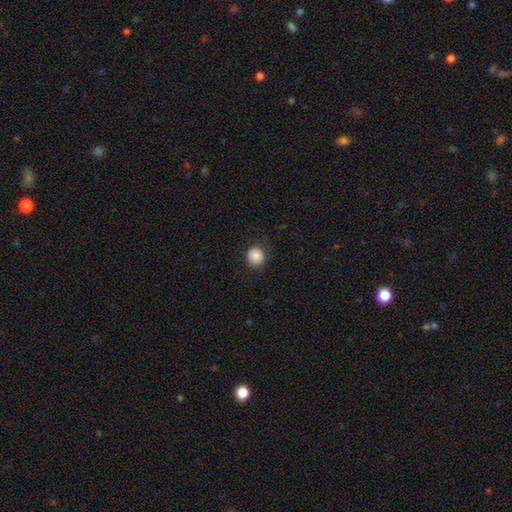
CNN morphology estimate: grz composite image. It shows a smooth galaxy with no disk features (86%) that is round (89%). Merging: none (81%).